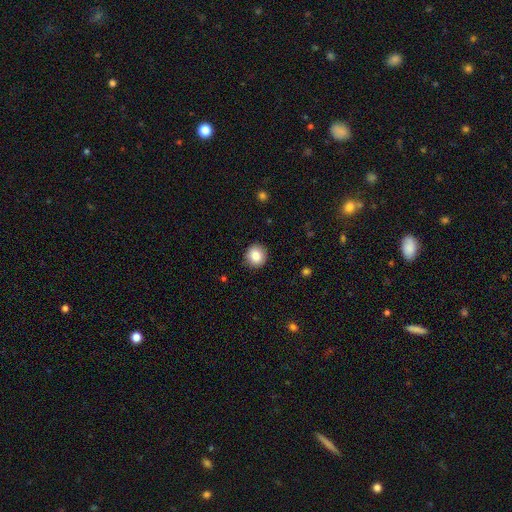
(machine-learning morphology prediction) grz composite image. It shows a smooth galaxy with no disk features (86%) that is round (88%). Merging: none (90%).